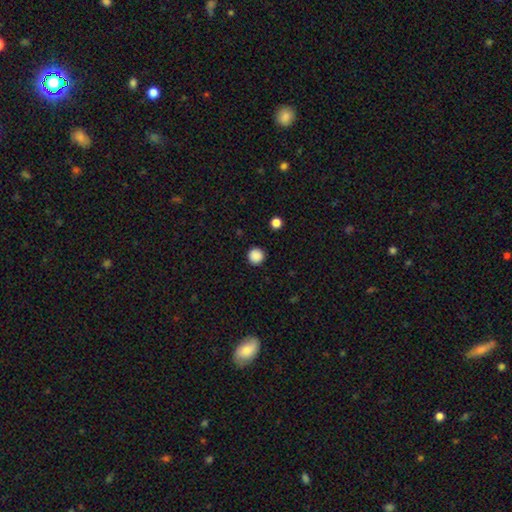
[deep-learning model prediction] smooth-or-featured: smooth: 88% | star or artifact: 10% | featured or disk: 2%
  how-rounded: round: 96% | in between: 3% | cigar-shaped: 1%
  merging: none: 92% | minor disturbance: 5% | major disturbance: 2% | merger: 1%